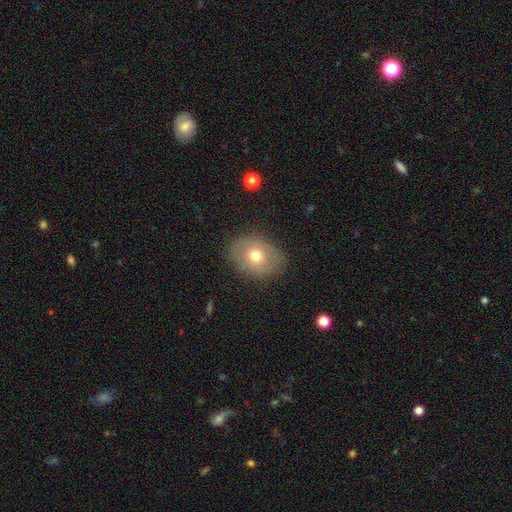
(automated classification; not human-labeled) Overall: smooth (61%; featured or disk 30%). How rounded: in between (66%; round 33%). Merging: none (80%).